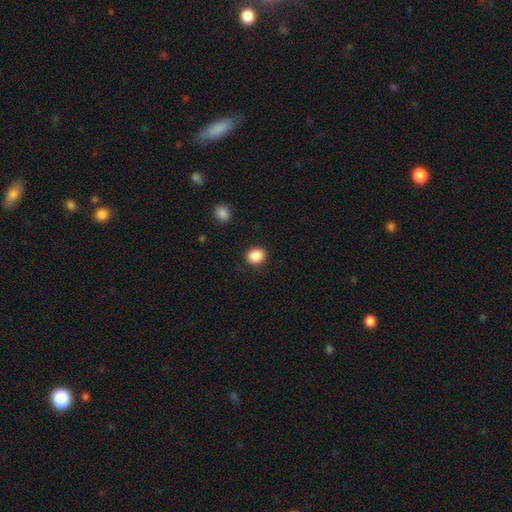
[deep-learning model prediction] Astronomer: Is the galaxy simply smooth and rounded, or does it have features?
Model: smooth — 88%.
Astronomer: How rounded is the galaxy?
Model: round — 72%.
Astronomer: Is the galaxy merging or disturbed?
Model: none — 90%.